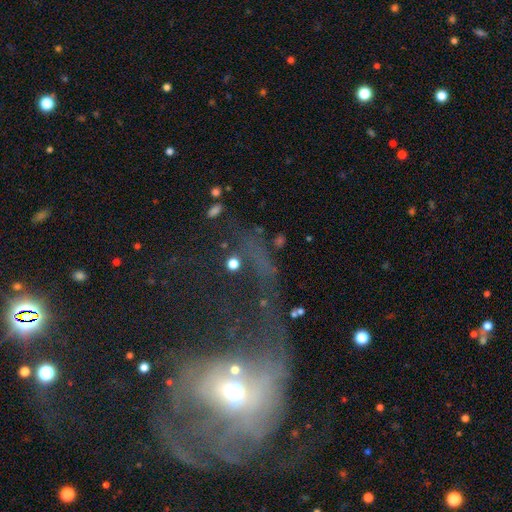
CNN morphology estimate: Q: Smooth or featured?
A: featured or disk (45%); runner-up: smooth (29%)
Q: Merging?
A: major disturbance (52%); runner-up: none (20%)